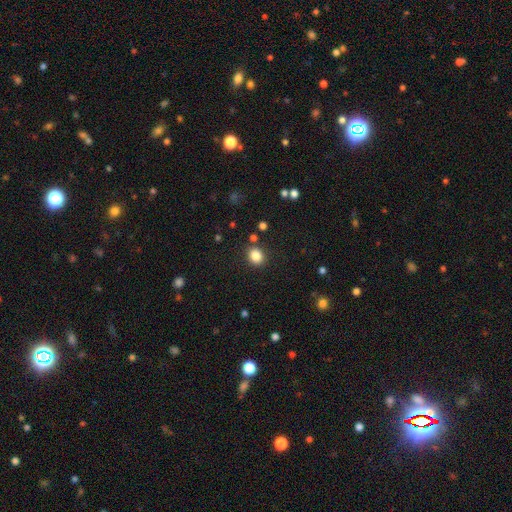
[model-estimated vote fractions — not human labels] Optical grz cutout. It shows a smooth galaxy with no disk features (84%) that is round (68%). Merging: none (86%).